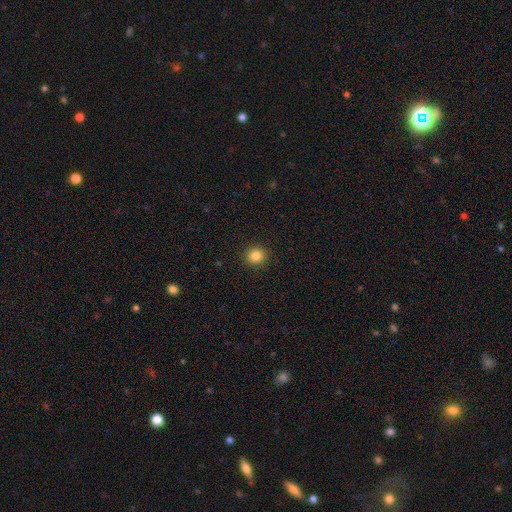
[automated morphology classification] The model was most divided on "smooth or featured": smooth: 84%, star or artifact: 11%, featured or disk: 5%. More confident: merging — none (92%); how rounded — round (90%).